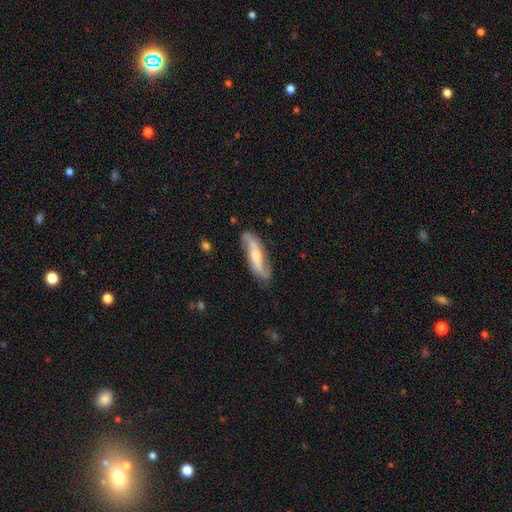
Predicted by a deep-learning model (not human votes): This appears to be a featured or disk galaxy (69%) with no bar (37%), spiral arms (91%) and a moderate central bulge (43%). Merging: none (74%).